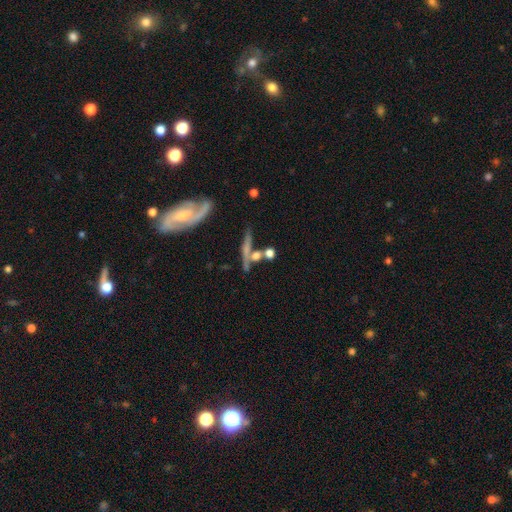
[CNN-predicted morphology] Smooth or featured? Predicted: smooth (p=0.52). How rounded? Predicted: cigar-shaped (p=0.47). Merging? Predicted: none (p=0.52).